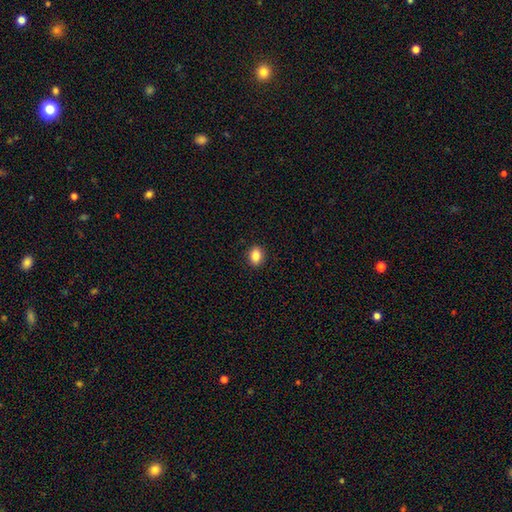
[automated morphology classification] smooth 85%, star or artifact 10%, featured or disk 5%. Down the decision tree: how rounded — in between (55%); merging — none (91%).